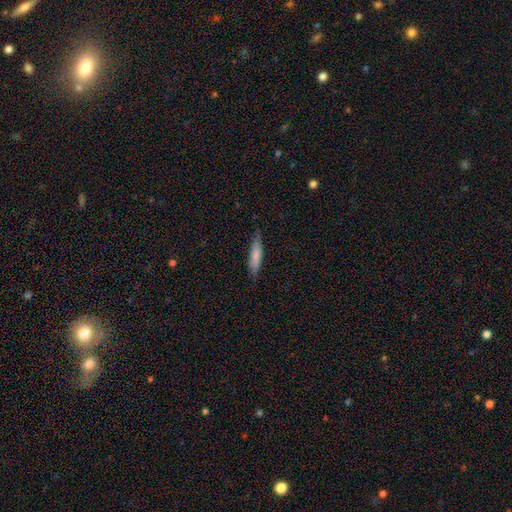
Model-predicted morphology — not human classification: smooth-or-featured: smooth: 76% | featured or disk: 18% | star or artifact: 6%
  how-rounded: cigar-shaped: 81% | in between: 17% | round: 1%
  merging: none: 81% | minor disturbance: 15% | major disturbance: 3% | merger: 1%